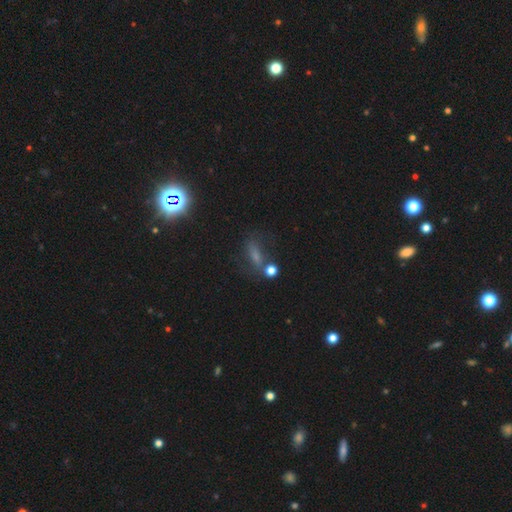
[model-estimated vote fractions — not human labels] smooth-or-featured: smooth: 53% | star or artifact: 27% | featured or disk: 20%
  how-rounded: in between: 54% | cigar-shaped: 32% | round: 14%
  merging: none: 51% | minor disturbance: 20% | major disturbance: 16% | merger: 12%